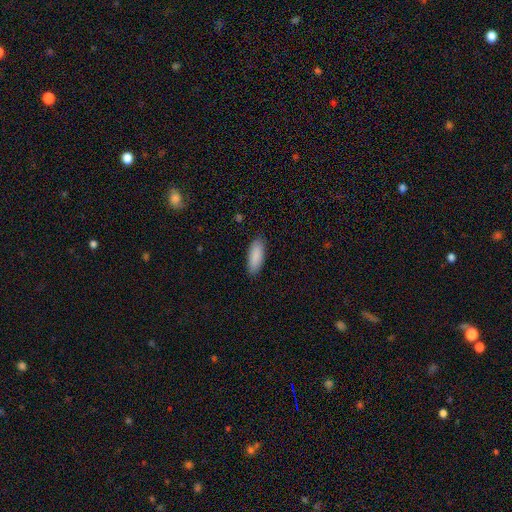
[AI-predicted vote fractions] Overall: smooth (89%). How rounded: in between (72%). Merging: none (87%).